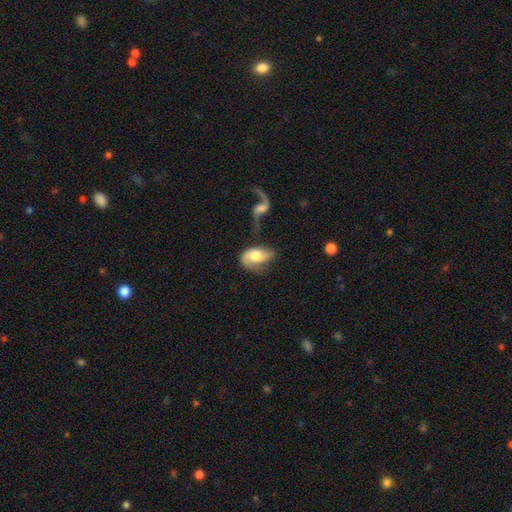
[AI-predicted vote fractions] Smooth or featured: featured or disk — 62% (smooth — 32%)
Edge-on disk: no — 95% (yes — 5%)
Bar: no — 63% (weak — 29%)
Spiral arms: yes — 85% (no — 15%)
Bulge size: moderate — 54% (large — 29%)
Merging: none — 34% (merger — 23%)